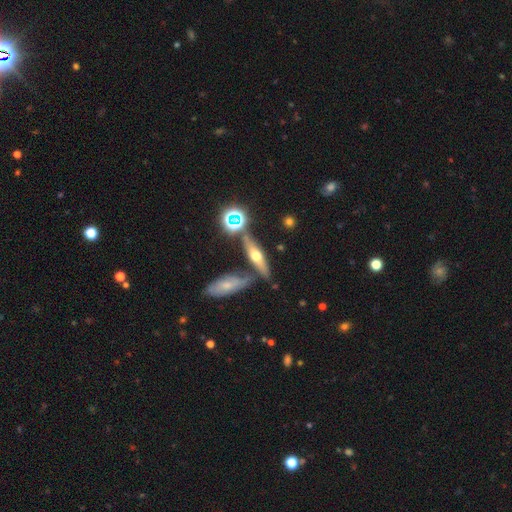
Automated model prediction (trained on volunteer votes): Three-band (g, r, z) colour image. It shows a featured or disk galaxy (50%) viewed edge-on (83%). Merging: none (69%).